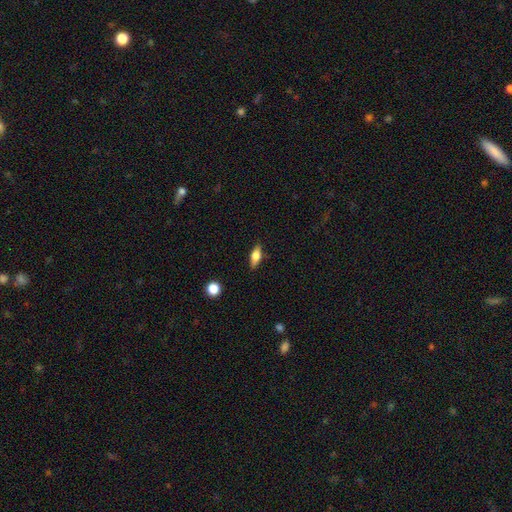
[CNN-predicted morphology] Smooth or featured? smooth (61%)
How rounded? in between (69%)
Merging? none (85%)